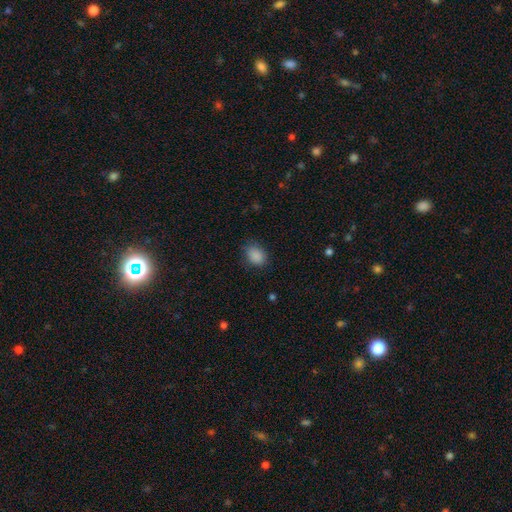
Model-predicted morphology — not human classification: This is clearly a smooth galaxy (88%). How rounded: likely in between (71%). Merging: likely none (78%).